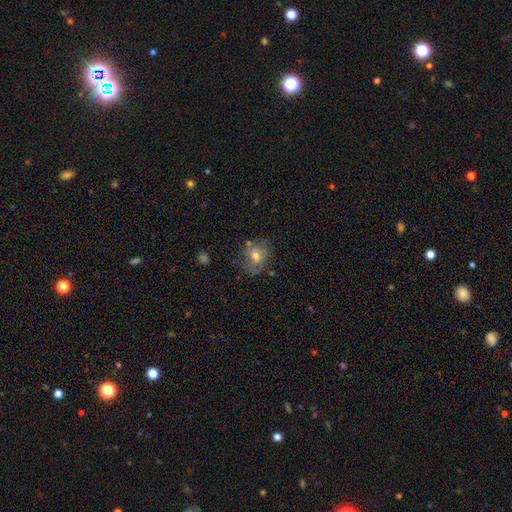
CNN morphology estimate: A smooth galaxy with no disk features (55%) that is round (58%). Merging: none (62%).